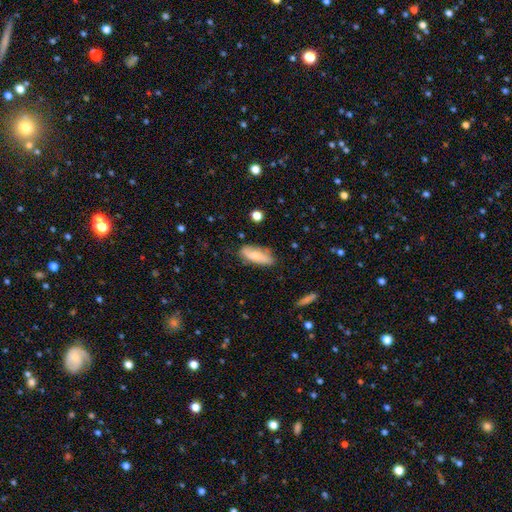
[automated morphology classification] Smooth or featured: smooth — 67% (featured or disk — 26%)
How rounded: in between — 75% (cigar-shaped — 22%)
Merging: none — 72% (minor disturbance — 21%)